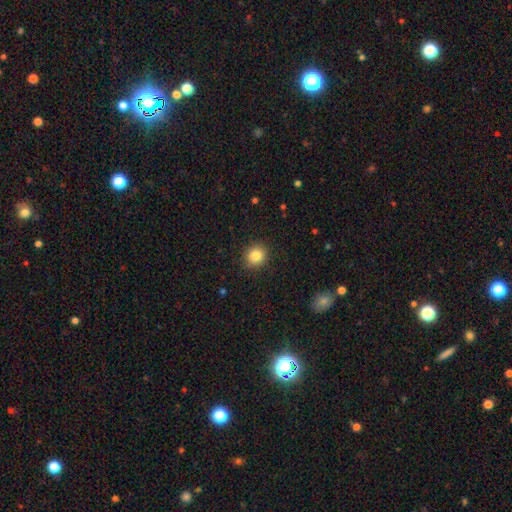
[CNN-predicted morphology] type=smooth (84%); roundness=round (80%); merging=none (90%).